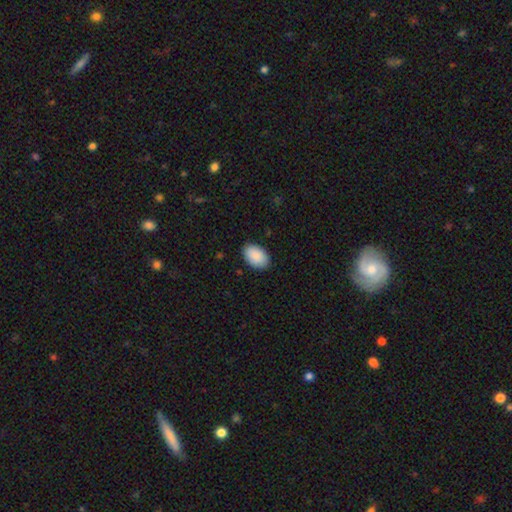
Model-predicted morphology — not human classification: Overall: smooth (90%). How rounded: in between (89%). Merging: none (88%).